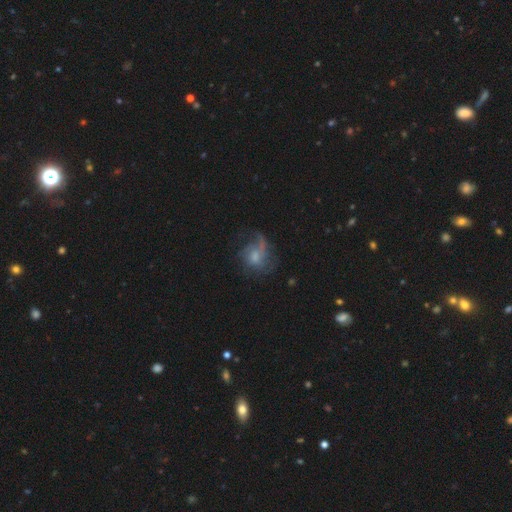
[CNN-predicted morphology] smooth-or-featured: featured or disk: 60% | smooth: 30% | star or artifact: 10%
  disk-edge-on: no: 97% | yes: 3%
    bar: no: 71% | weak: 26% | strong: 3%
    has-spiral-arms: yes: 81% | no: 19%
    bulge-size: moderate: 41% | small: 39% | none: 12% | large: 6% | dominant: 2%
  merging: none: 44% | major disturbance: 33% | minor disturbance: 21% | merger: 2%